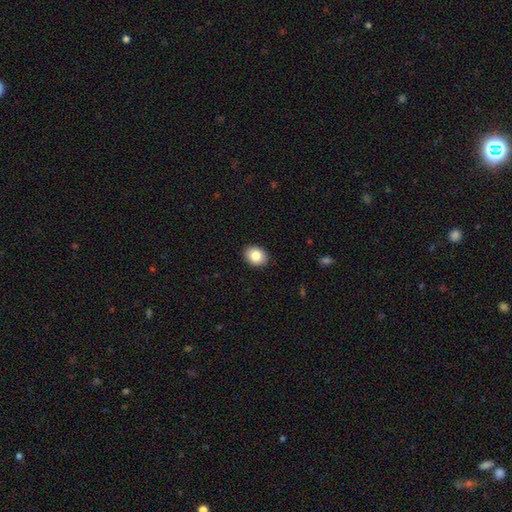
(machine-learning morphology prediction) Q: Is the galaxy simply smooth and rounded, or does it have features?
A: smooth — 84%.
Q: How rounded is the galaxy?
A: in between — 63%.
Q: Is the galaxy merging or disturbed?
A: none — 90%.